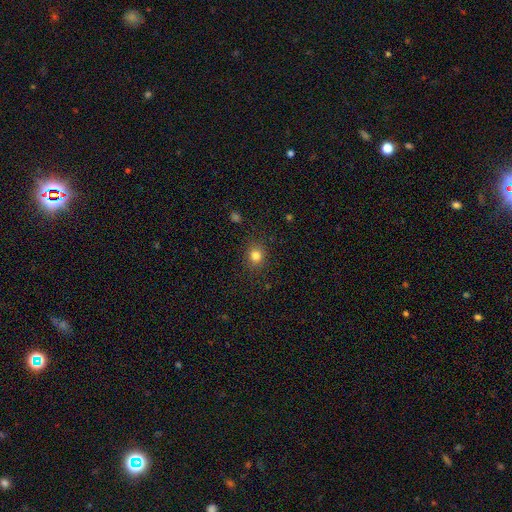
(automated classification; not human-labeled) Overall: smooth (81%). How rounded: round (78%). Merging: none (87%).